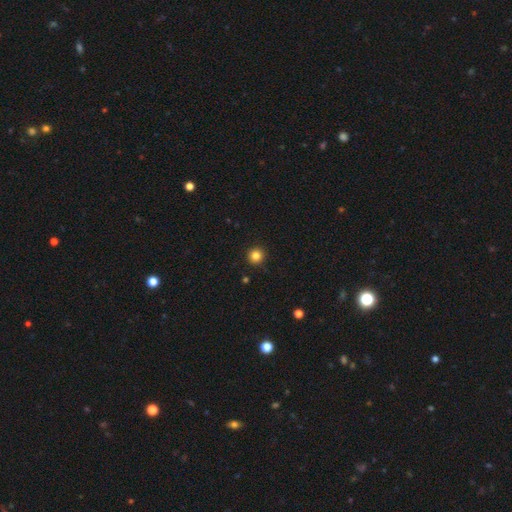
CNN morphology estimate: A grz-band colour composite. It shows a smooth galaxy with no disk features (83%) that is round (96%). Merging: none (92%).